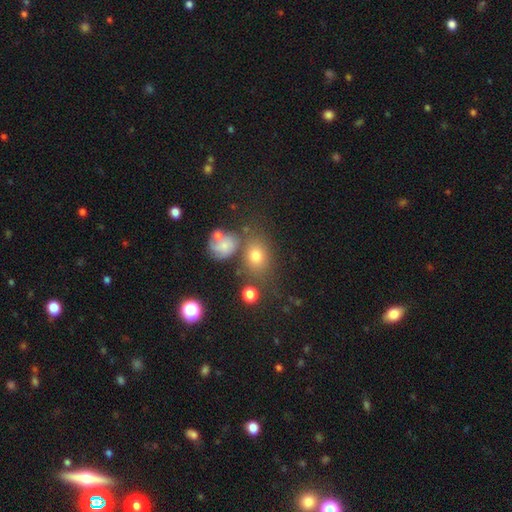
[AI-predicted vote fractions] The model was most divided on "how rounded": in between: 55%, round: 44%, cigar-shaped: 2%. More confident: smooth or featured — smooth (70%); merging — none (61%).